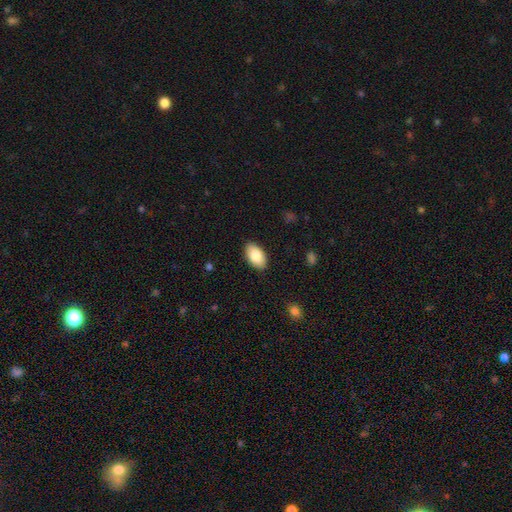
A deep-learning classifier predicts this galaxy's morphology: This appears to be a smooth galaxy with no disk features (84%) that is in between round and cigar-shaped (95%). Merging: none (88%).